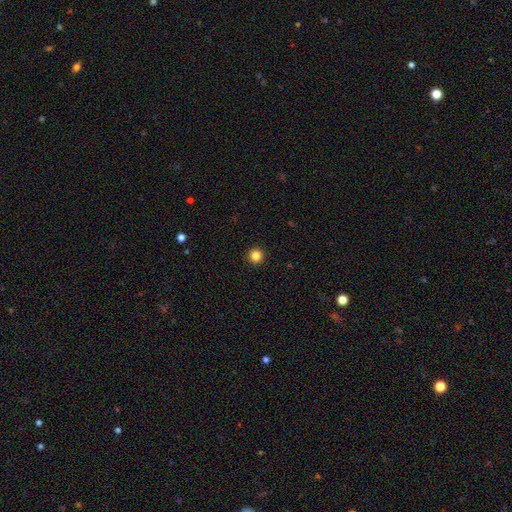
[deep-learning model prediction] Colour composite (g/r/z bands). It shows a smooth galaxy with no disk features (84%) that is round (96%). Merging: none (94%).